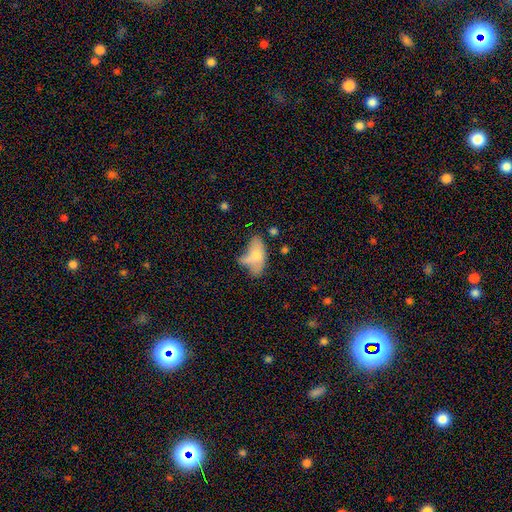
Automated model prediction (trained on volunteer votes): The model was most divided on "merging": none: 29%, merger: 24%, minor disturbance: 24%, major disturbance: 23%. More confident: how rounded — in between (88%); smooth or featured — smooth (61%).